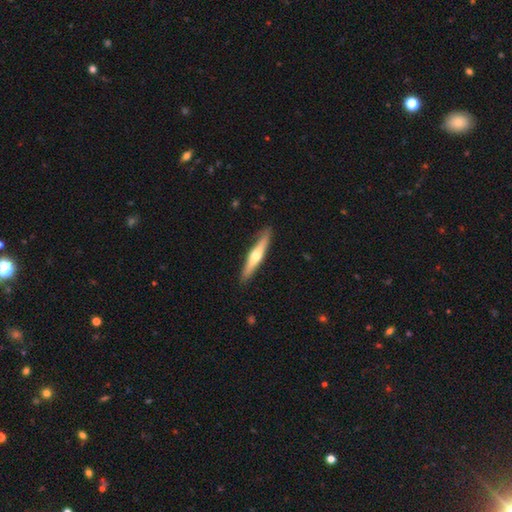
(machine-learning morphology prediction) Smooth or featured? featured or disk (58%)
Edge-on disk? yes (95%)
Edge-on bulge? rounded (91%)
Merging? none (89%)